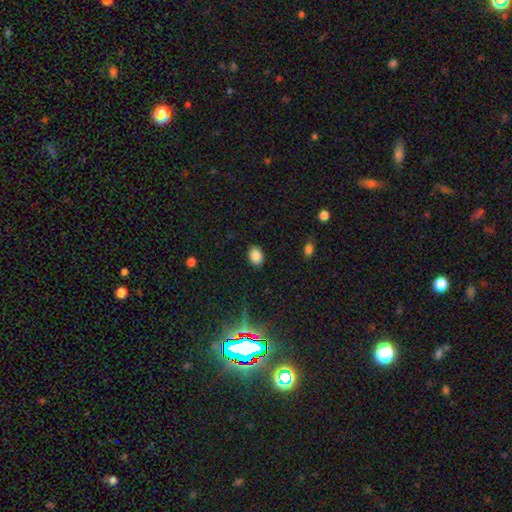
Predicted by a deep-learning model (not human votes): A smooth galaxy with no disk features (84%) that is in between round and cigar-shaped (75%). Merging: none (87%).